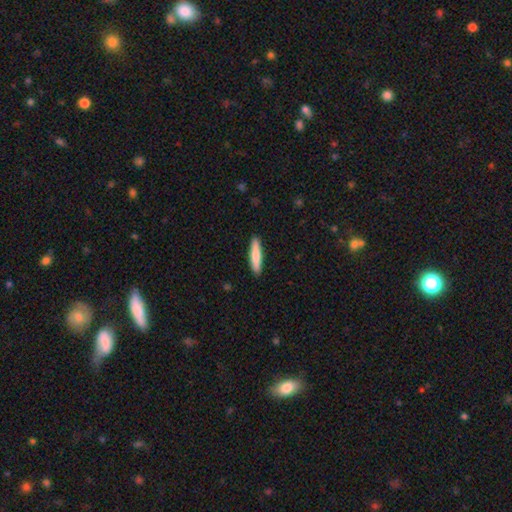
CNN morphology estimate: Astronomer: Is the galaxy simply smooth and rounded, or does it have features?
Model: smooth — 78%.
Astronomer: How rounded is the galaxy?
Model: cigar-shaped — 88%.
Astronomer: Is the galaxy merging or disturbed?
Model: none — 91%.